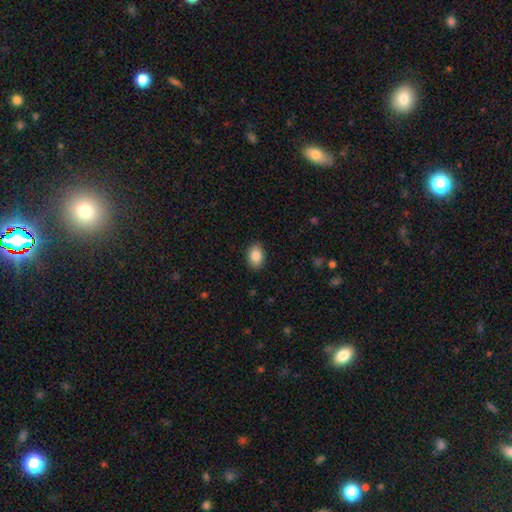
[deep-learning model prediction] smooth 87%, star or artifact 7%, featured or disk 6%. Down the decision tree: how rounded — in between (80%); merging — none (88%).